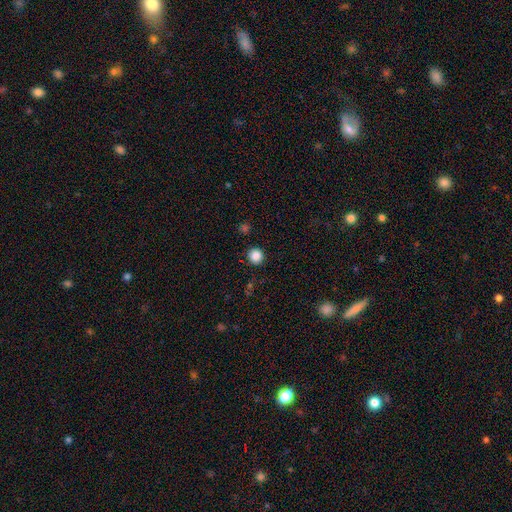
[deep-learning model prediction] This appears to be a smooth galaxy with no disk features (86%) that is round (94%). Merging: none (92%).